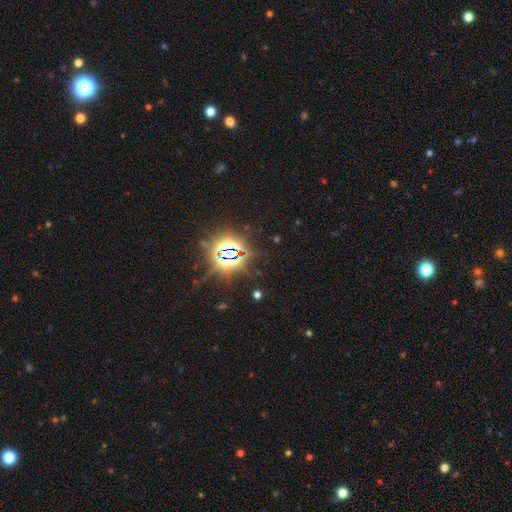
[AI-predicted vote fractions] Smooth or featured? Predicted: star or artifact (p=0.84).